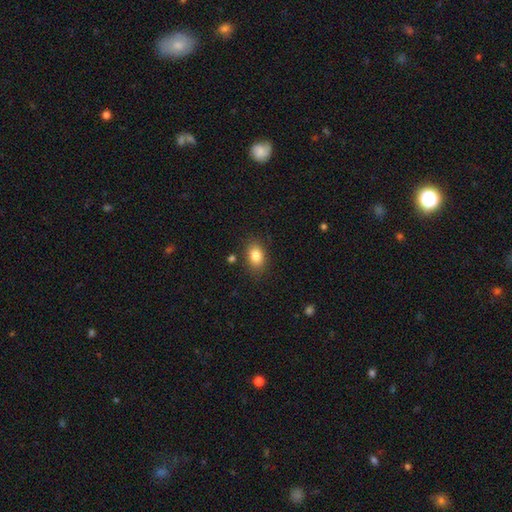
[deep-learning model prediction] Overall: smooth (83%). How rounded: in between (78%). Merging: none (82%).